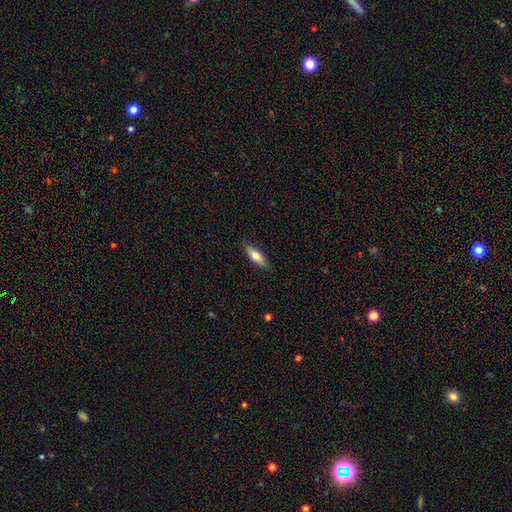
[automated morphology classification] A smooth galaxy with no disk features (71%) that is in between round and cigar-shaped (55%).

Vote fractions:
- Smooth or featured? smooth: 71% / featured or disk: 23% / star or artifact: 6%
- How rounded? in between: 55% / cigar-shaped: 43% / round: 2%
- Merging? none: 82% / minor disturbance: 14% / major disturbance: 3% / merger: 1%